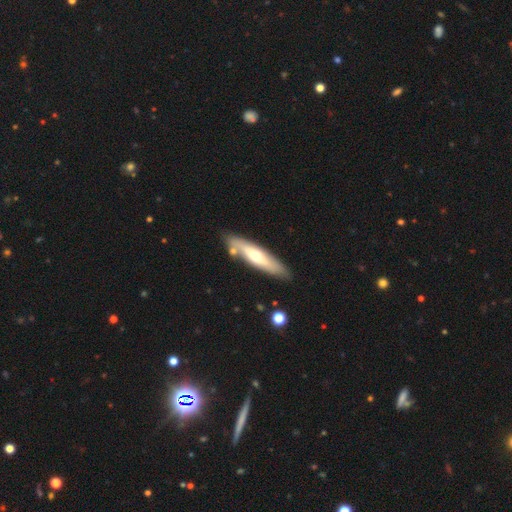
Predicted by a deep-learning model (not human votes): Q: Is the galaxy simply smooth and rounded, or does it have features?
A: featured or disk — 49%.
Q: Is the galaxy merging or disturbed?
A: none — 80%.